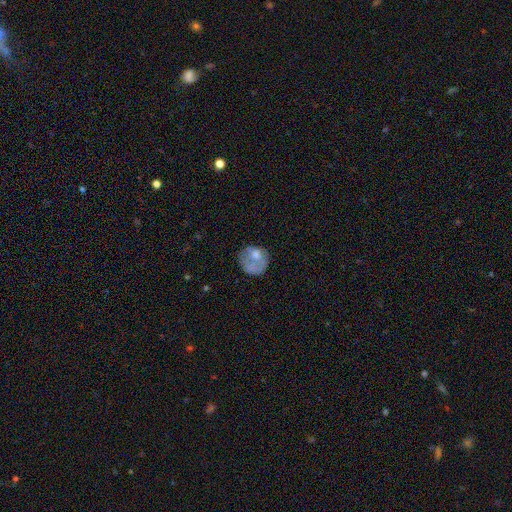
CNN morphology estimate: Smooth or featured?
  - smooth: 59% *
  - featured or disk: 32%
  - star or artifact: 9%
How rounded?
  - round: 72% *
  - in between: 27%
  - cigar-shaped: 1%
Merging?
  - none: 42% *
  - major disturbance: 26%
  - minor disturbance: 24%
  - merger: 7%